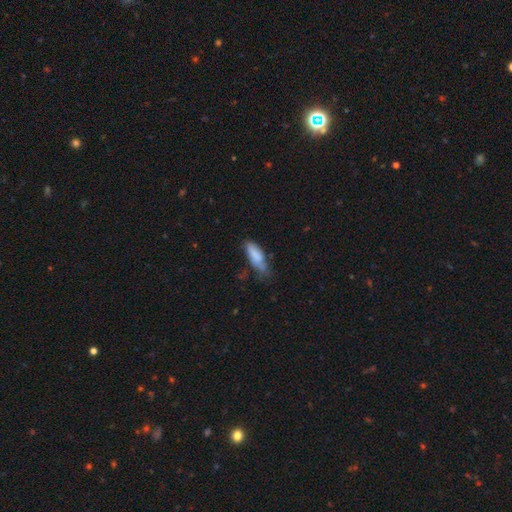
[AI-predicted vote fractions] Smooth or featured: smooth — 81% (featured or disk — 12%)
How rounded: in between — 59% (cigar-shaped — 39%)
Merging: none — 45% (minor disturbance — 39%)